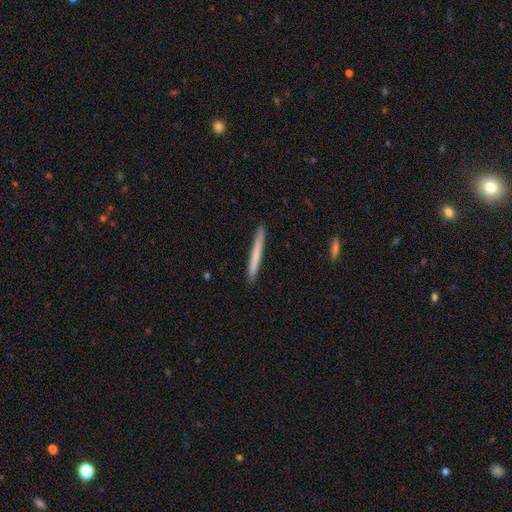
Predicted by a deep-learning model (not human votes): smooth-or-featured: smooth: 68% | featured or disk: 27% | star or artifact: 5%
  how-rounded: cigar-shaped: 97% | in between: 2% | round: 1%
  merging: none: 91% | minor disturbance: 6% | major disturbance: 1% | merger: 1%